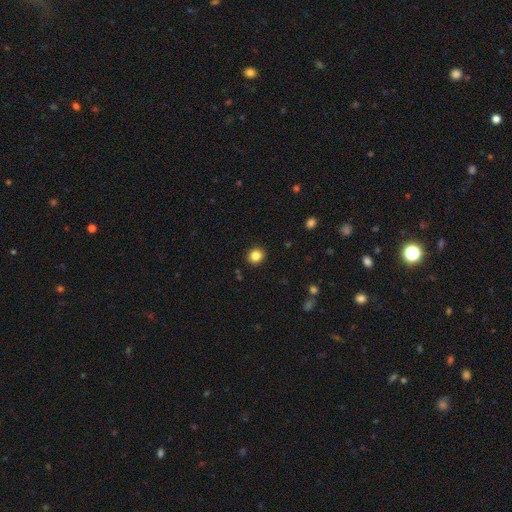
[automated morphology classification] smooth_or_featured: smooth (p=0.84) [alt: star or artifact p=0.11]
how_rounded: round (p=0.81) [alt: in between p=0.18]
merging: none (p=0.91) [alt: minor disturbance p=0.06]